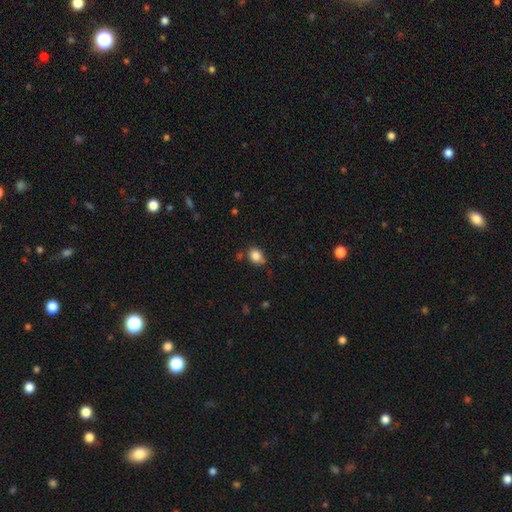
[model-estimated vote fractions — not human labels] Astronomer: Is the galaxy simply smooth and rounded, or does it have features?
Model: smooth — 85%.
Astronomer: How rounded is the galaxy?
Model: in between — 55% (runner-up: round, 44%).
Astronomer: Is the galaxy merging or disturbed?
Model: none — 66%.